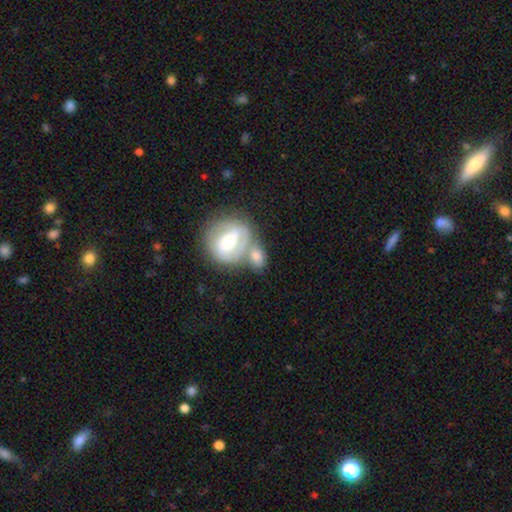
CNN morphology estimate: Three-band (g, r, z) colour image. It shows a smooth galaxy with no disk features (56%) that is in between round and cigar-shaped (50%). Merging: merger (47%).